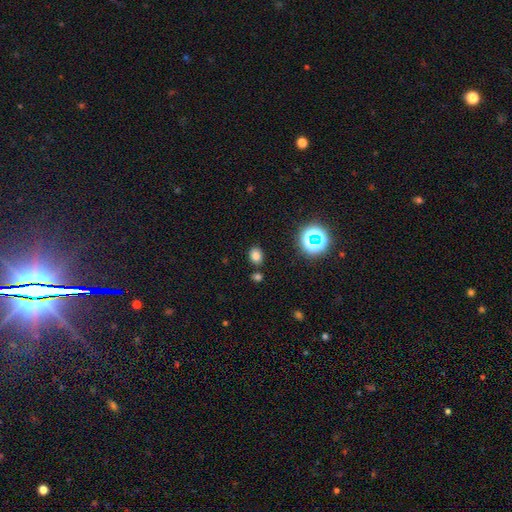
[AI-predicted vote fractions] Smooth or featured?
  - smooth: 75% *
  - star or artifact: 18%
  - featured or disk: 6%
How rounded?
  - in between: 61% *
  - round: 38%
  - cigar-shaped: 1%
Merging?
  - none: 81% *
  - minor disturbance: 9%
  - merger: 7%
  - major disturbance: 3%